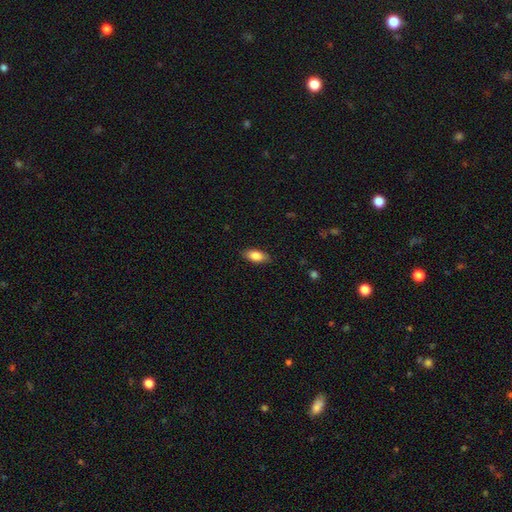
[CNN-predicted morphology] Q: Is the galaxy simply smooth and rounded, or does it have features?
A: smooth — 84%.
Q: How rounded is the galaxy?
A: in between — 88%.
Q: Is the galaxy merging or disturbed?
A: none — 86%.